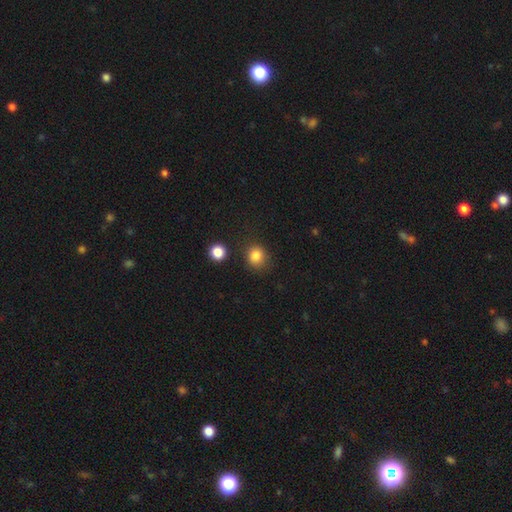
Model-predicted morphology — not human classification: Q: Smooth or featured?
A: smooth (84%); runner-up: star or artifact (12%)
Q: How rounded?
A: round (81%); runner-up: in between (18%)
Q: Merging?
A: none (81%); runner-up: minor disturbance (11%)